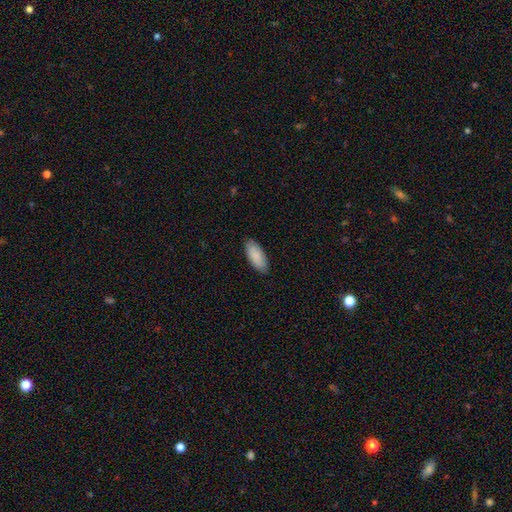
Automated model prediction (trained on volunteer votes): This appears to be a smooth galaxy with no disk features (89%) that is in between round and cigar-shaped (87%). Merging: none (87%).